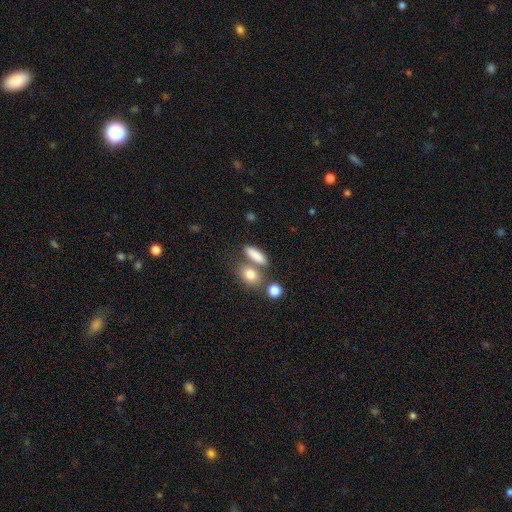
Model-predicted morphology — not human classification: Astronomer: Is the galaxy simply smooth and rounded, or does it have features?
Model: smooth — 82%.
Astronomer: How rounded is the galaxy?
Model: in between — 63%.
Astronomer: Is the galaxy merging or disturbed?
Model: none — 56%.